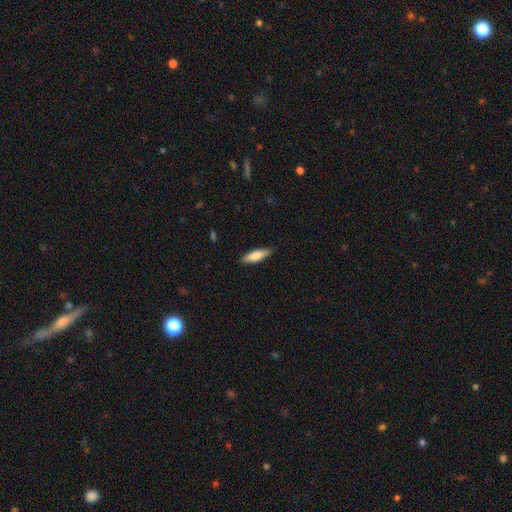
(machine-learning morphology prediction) A smooth galaxy with no disk features (75%) that is cigar-shaped (58%). Merging: none (87%).